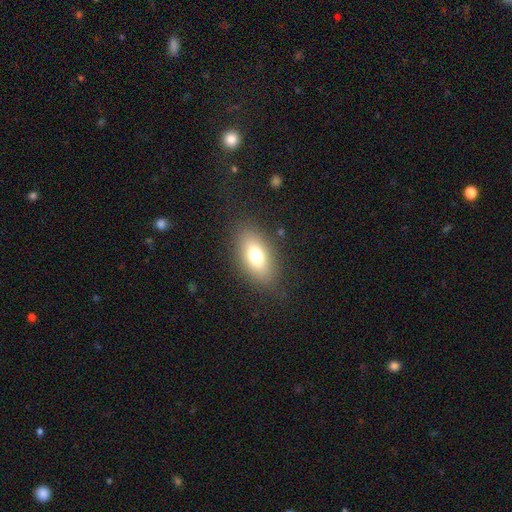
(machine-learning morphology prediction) A smooth galaxy with no disk features (73%) that is in between round and cigar-shaped (87%).

Vote fractions:
- Smooth or featured? smooth: 73% / featured or disk: 17% / star or artifact: 10%
- How rounded? in between: 87% / cigar-shaped: 7% / round: 6%
- Merging? none: 81% / minor disturbance: 12% / major disturbance: 5% / merger: 1%